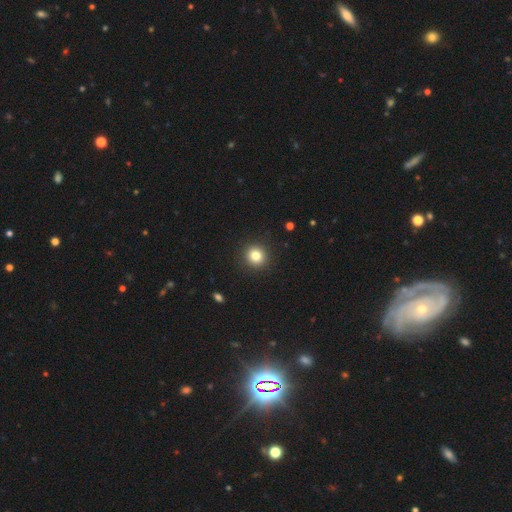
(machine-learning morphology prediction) Smooth or featured?
  - smooth: 82% *
  - star or artifact: 11%
  - featured or disk: 6%
How rounded?
  - round: 92% *
  - in between: 7%
  - cigar-shaped: 1%
Merging?
  - none: 92% *
  - minor disturbance: 5%
  - major disturbance: 2%
  - merger: 1%